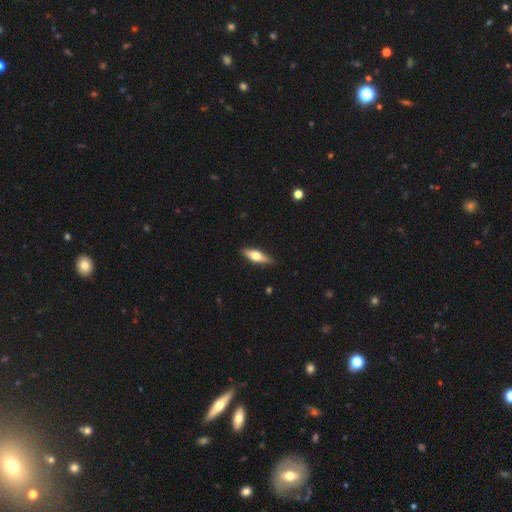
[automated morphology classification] type=smooth (50%); merging=none (87%).